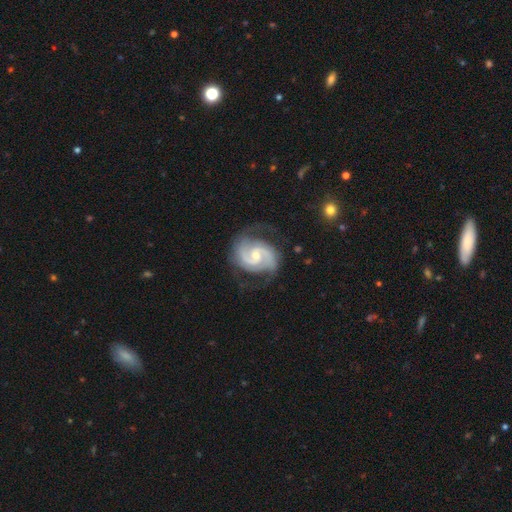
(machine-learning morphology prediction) Q: Smooth or featured?
A: featured or disk (92%); runner-up: smooth (4%)
Q: Edge-on disk?
A: no (98%); runner-up: yes (2%)
Q: Bar?
A: weak (47%); runner-up: no (43%)
Q: Spiral arms?
A: yes (98%); runner-up: no (2%)
Q: Spiral winding?
A: medium (53%); runner-up: tight (34%)
Q: Spiral arm count?
A: 2 (88%); runner-up: 3 (4%)
Q: Bulge size?
A: small (52%); runner-up: moderate (44%)
Q: Merging?
A: none (71%); runner-up: minor disturbance (19%)